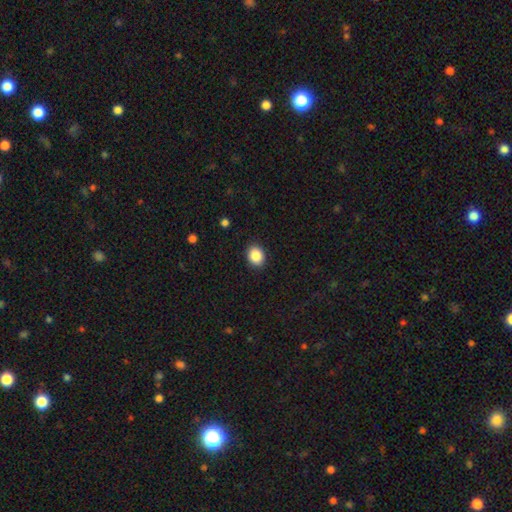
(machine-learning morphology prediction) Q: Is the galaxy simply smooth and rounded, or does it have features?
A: smooth — 88%.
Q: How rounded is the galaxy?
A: round — 59%.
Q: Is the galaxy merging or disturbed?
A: none — 90%.